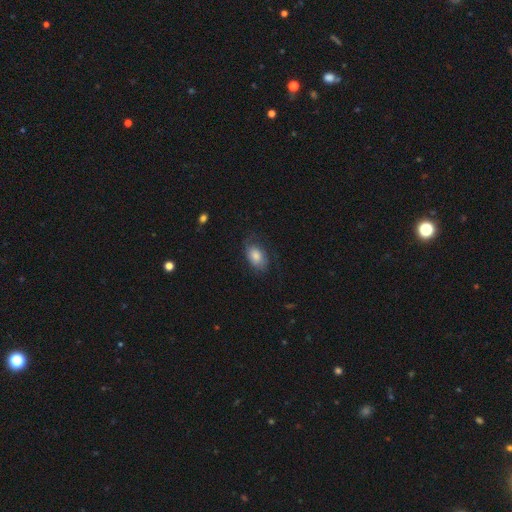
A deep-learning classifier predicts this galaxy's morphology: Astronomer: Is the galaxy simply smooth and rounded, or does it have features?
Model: smooth — 70%.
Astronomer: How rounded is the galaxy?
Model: in between — 87%.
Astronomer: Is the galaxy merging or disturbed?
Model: none — 63%.